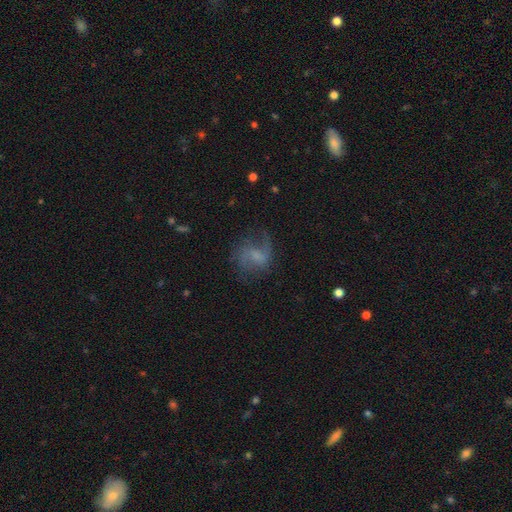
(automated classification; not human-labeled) featured or disk 62%, smooth 26%, star or artifact 11%. Down the decision tree: edge-on disk — no (97%); bar — weak (46%); spiral arms — yes (86%); spiral arm count — 2 (66%); spiral winding — loose (52%); bulge size — none (40%); merging — none (56%).